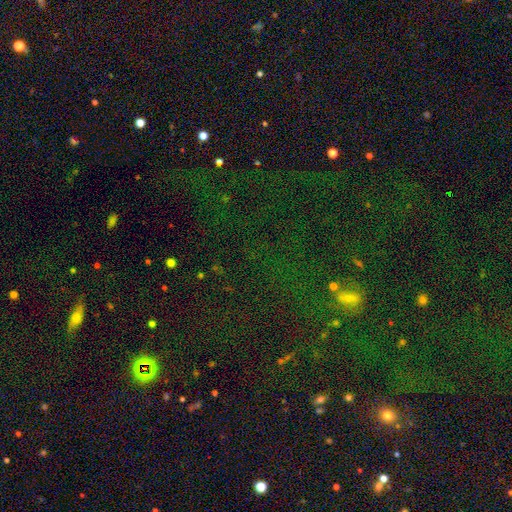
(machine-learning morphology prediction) Smooth or featured: star or artifact — 75% (smooth — 17%)